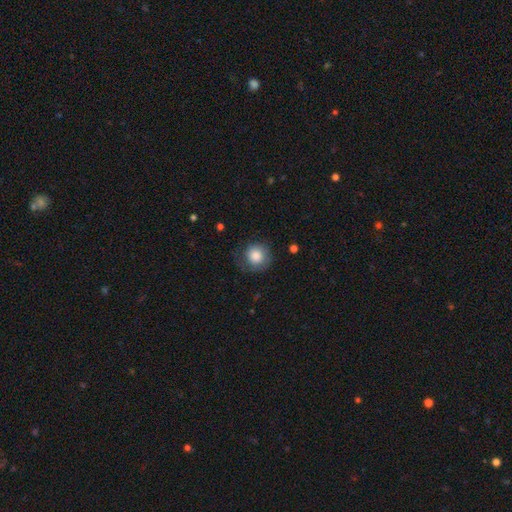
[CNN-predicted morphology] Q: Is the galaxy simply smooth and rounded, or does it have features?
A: smooth — 81%.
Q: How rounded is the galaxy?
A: round — 90%.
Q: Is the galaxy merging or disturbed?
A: none — 62%.